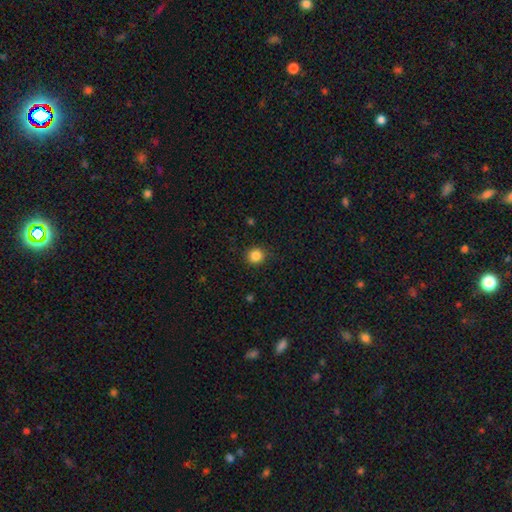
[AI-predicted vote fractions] smooth 85%, star or artifact 11%, featured or disk 4%. Down the decision tree: how rounded — round (91%); merging — none (89%).